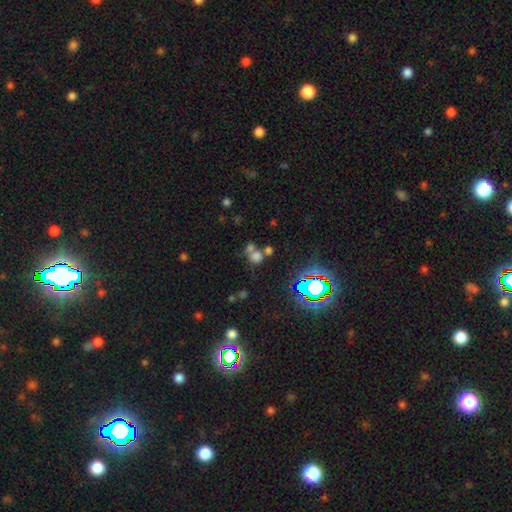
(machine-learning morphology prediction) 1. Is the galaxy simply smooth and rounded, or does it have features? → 59% smooth, 31% star or artifact, 10% featured or disk.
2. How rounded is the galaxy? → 77% round, 21% in between, 2% cigar-shaped.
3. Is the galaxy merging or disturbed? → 46% none, 40% merger, 9% minor disturbance, 6% major disturbance.